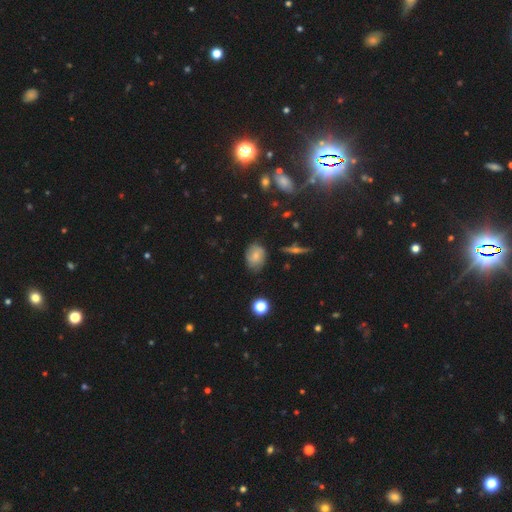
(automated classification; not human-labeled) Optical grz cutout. It shows a smooth galaxy with no disk features (69%) that is in between round and cigar-shaped (62%). Merging: none (70%).